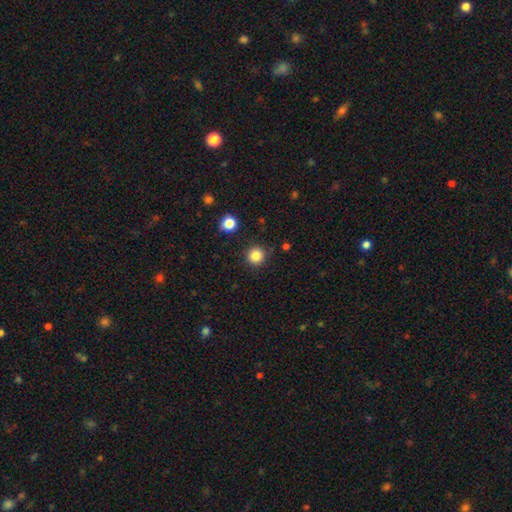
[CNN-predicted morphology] Smooth or featured? Predicted: smooth (p=0.85). How rounded? Predicted: round (p=0.95). Merging? Predicted: none (p=0.90).